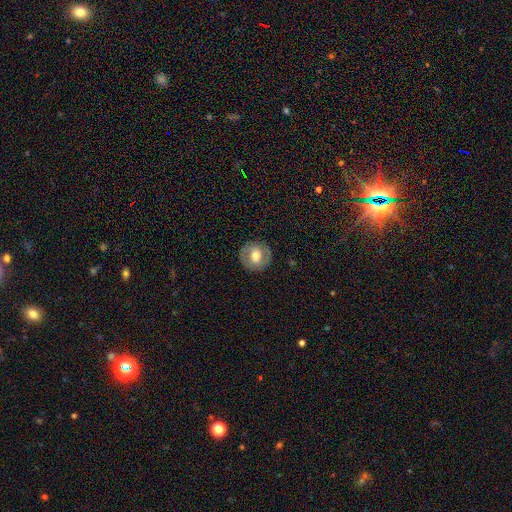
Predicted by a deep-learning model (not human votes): Q: Smooth or featured?
A: smooth (53%); runner-up: featured or disk (40%)
Q: How rounded?
A: round (89%); runner-up: in between (10%)
Q: Merging?
A: none (87%); runner-up: minor disturbance (9%)